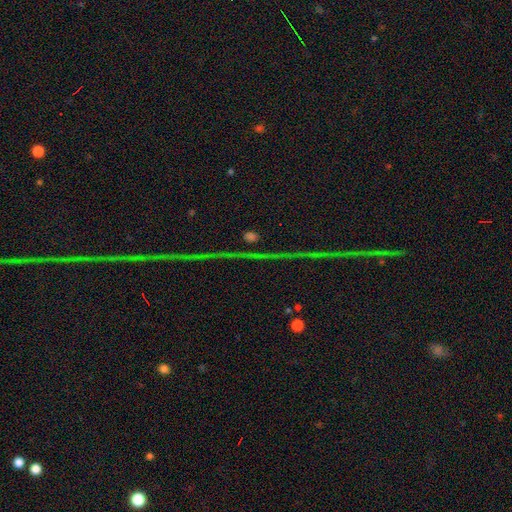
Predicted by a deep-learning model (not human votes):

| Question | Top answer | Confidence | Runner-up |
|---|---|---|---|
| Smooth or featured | star or artifact | 84% | featured or disk (9%) |